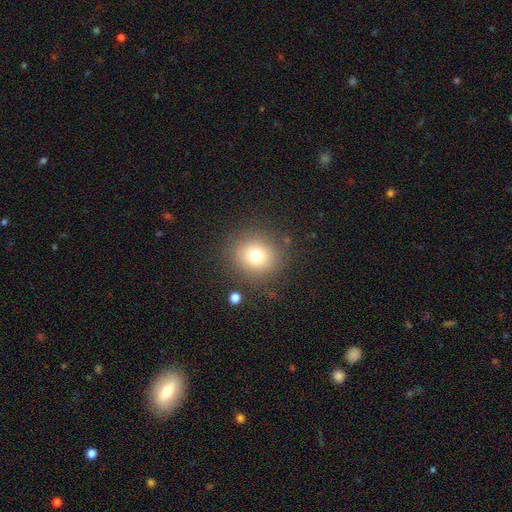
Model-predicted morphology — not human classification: Q: Smooth or featured?
A: smooth (74%); runner-up: star or artifact (15%)
Q: How rounded?
A: round (89%); runner-up: in between (10%)
Q: Merging?
A: none (84%); runner-up: minor disturbance (9%)